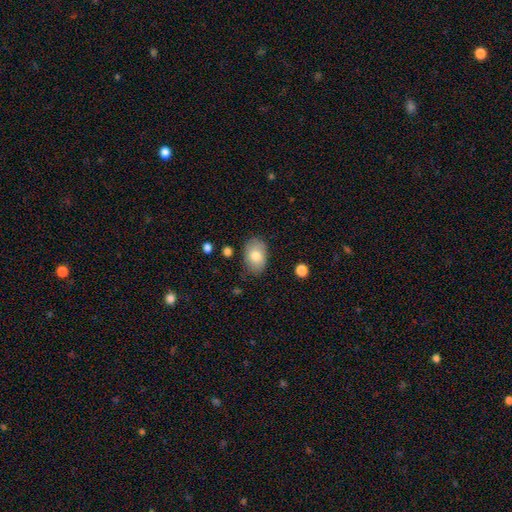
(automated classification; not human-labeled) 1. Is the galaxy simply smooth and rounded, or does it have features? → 79% smooth, 14% featured or disk, 7% star or artifact.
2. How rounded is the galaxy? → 86% in between, 13% round, 1% cigar-shaped.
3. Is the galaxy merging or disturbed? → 79% none, 16% minor disturbance, 3% major disturbance, 2% merger.